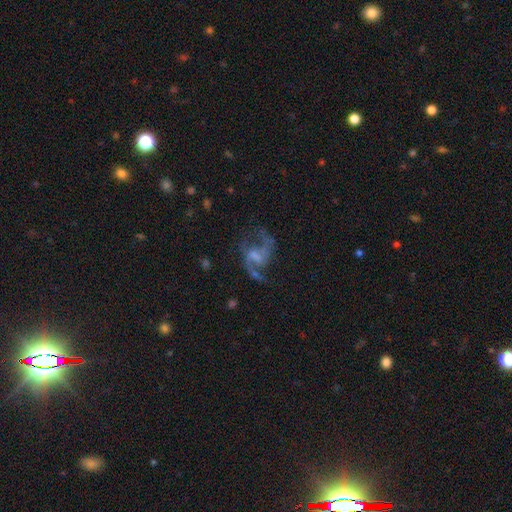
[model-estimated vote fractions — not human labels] smooth_or_featured: featured or disk (p=0.83) [alt: star or artifact p=0.09]
disk_edge_on: no (p=0.98) [alt: yes p=0.02]
bar: weak (p=0.51) [alt: no p=0.31]
has_spiral_arms: yes (p=0.92) [alt: no p=0.08]
spiral_winding: loose (p=0.56) [alt: medium p=0.38]
spiral_arm_count: 2 (p=0.88) [alt: can't tell p=0.04]
bulge_size: none (p=0.39) [alt: small p=0.30]
merging: none (p=0.59) [alt: major disturbance p=0.22]